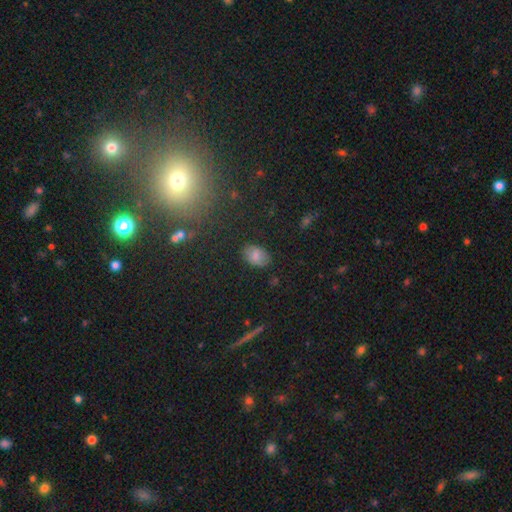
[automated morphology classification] Overall: smooth (77%). How rounded: in between (85%). Merging: none (81%).